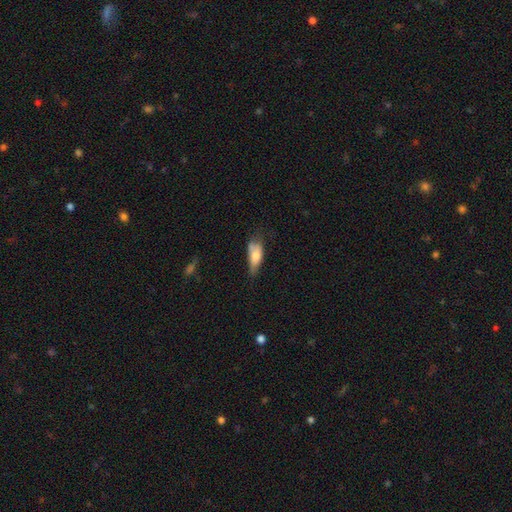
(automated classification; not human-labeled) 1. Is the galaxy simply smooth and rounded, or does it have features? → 66% smooth, 26% featured or disk, 8% star or artifact.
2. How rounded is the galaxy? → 76% in between, 20% cigar-shaped, 3% round.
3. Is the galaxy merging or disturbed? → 37% minor disturbance, 33% none, 23% major disturbance, 7% merger.